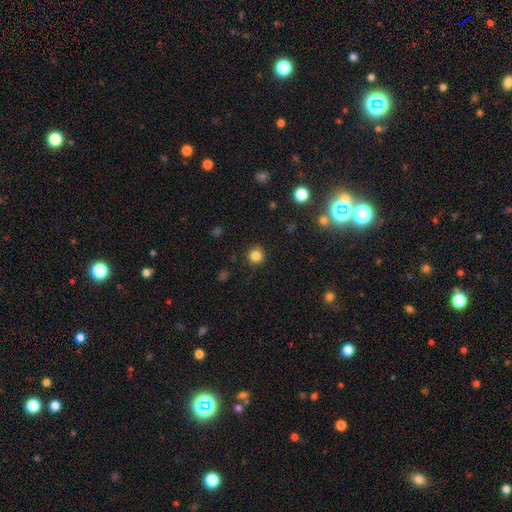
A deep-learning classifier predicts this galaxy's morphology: This appears to be a smooth galaxy with no disk features (83%) that is round (94%). Merging: none (91%).